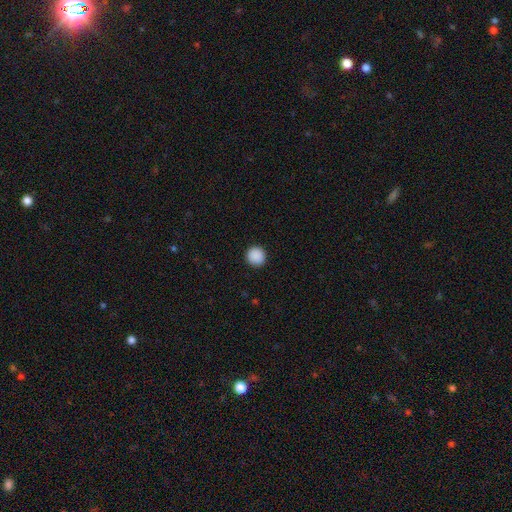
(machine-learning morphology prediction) type=smooth (90%); roundness=round (94%); merging=none (93%).